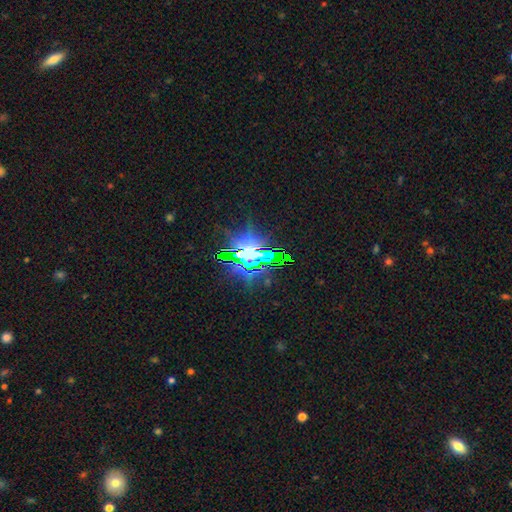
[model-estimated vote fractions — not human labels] Smooth or featured?
  - star or artifact: 73% *
  - featured or disk: 14%
  - smooth: 13%